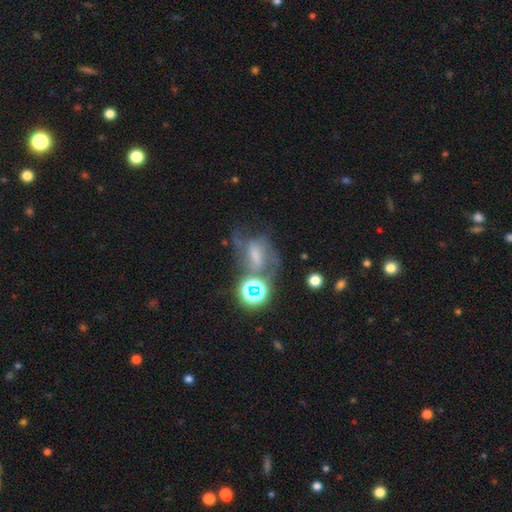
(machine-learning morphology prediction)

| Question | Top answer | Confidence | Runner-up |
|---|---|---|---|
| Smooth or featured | featured or disk | 46% | smooth (29%) |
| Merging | none | 32% | major disturbance (31%) |